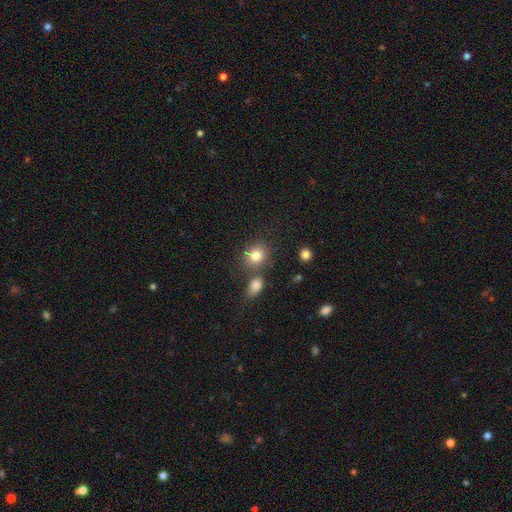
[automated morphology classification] This appears to be a smooth galaxy with no disk features (81%) that is round (71%). Merging: none (62%).